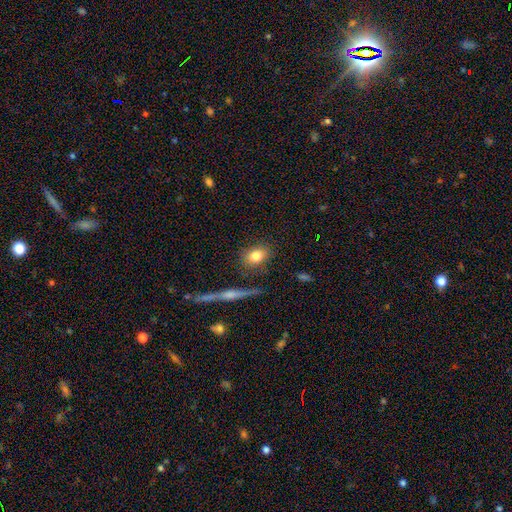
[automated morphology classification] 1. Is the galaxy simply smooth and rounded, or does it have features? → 78% smooth, 13% featured or disk, 9% star or artifact.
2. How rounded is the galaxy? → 57% in between, 39% round, 4% cigar-shaped.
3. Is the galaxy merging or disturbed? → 85% none, 10% minor disturbance, 3% major disturbance, 3% merger.